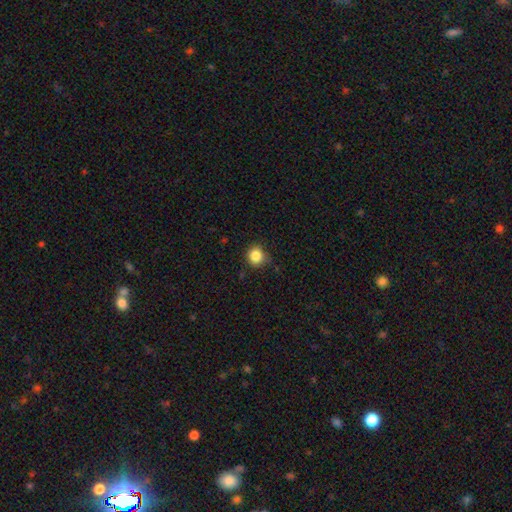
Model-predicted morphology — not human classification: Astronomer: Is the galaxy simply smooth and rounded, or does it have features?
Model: smooth — 85%.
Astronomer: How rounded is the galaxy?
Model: round — 91%.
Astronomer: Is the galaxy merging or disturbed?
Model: none — 82%.